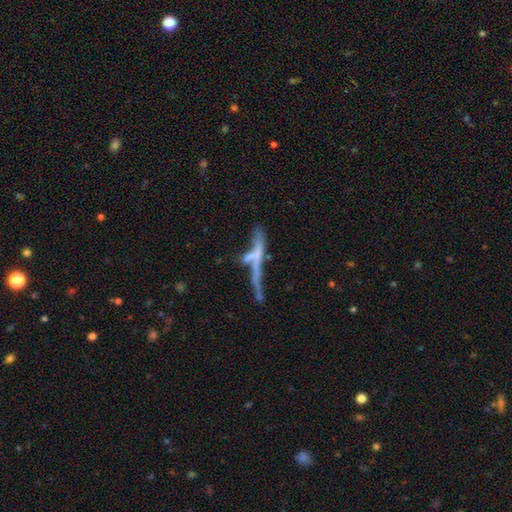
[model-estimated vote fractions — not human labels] Smooth or featured: featured or disk — 57% (smooth — 31%)
Edge-on disk: yes — 66% (no — 34%)
Merging: merger — 36% (none — 30%)